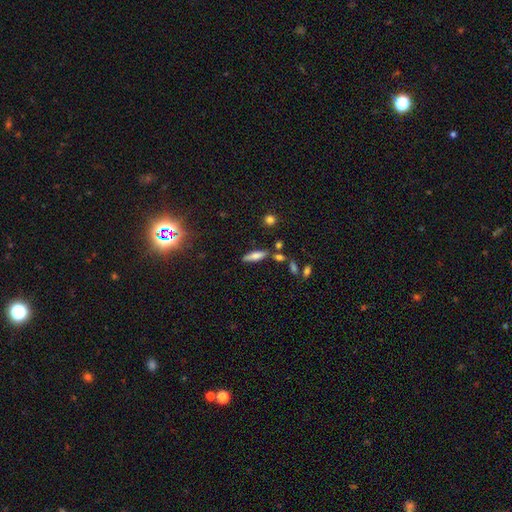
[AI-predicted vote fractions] Smooth or featured? smooth (65%)
How rounded? cigar-shaped (62%)
Merging? none (76%)